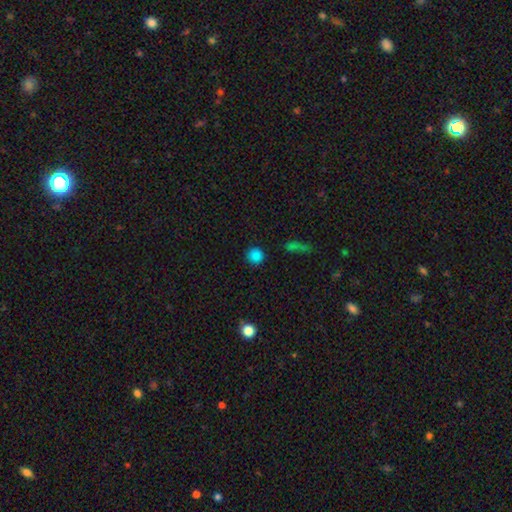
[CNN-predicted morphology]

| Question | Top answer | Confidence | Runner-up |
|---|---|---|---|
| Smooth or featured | smooth | 84% | star or artifact (13%) |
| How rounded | round | 93% | in between (6%) |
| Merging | none | 89% | minor disturbance (6%) |